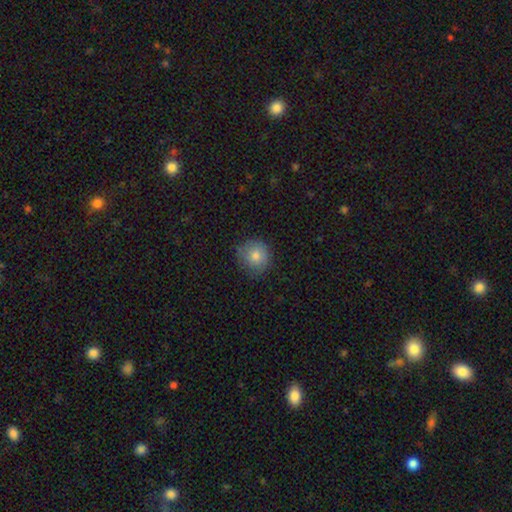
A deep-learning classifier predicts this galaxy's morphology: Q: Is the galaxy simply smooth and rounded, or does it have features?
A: smooth — 80%.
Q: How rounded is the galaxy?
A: round — 91%.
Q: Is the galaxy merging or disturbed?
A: none — 80%.